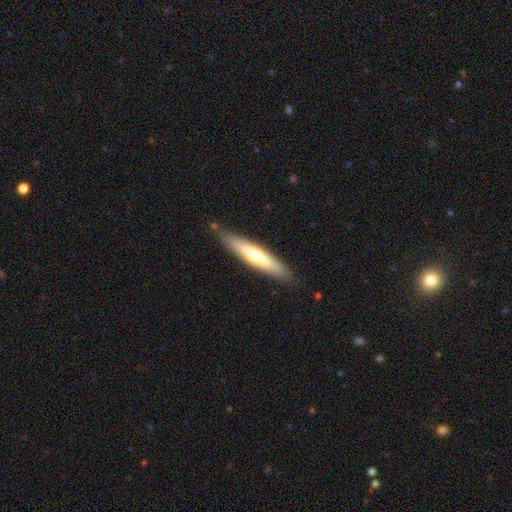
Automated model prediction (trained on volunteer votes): featured or disk 48%, smooth 47%, star or artifact 5%. Down the decision tree: merging — none (84%).